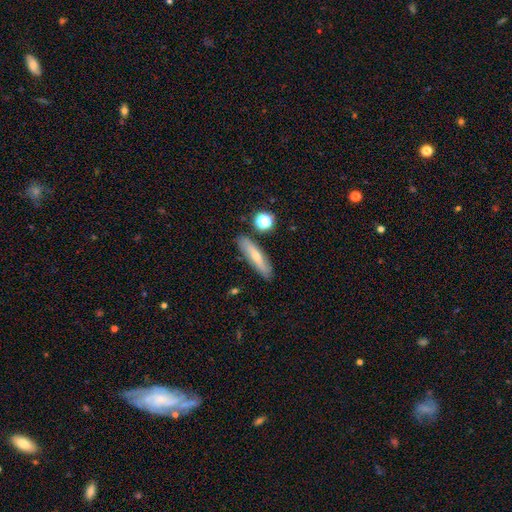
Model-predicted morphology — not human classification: Smooth or featured? Predicted: smooth (p=0.47). Merging? Predicted: none (p=0.83).